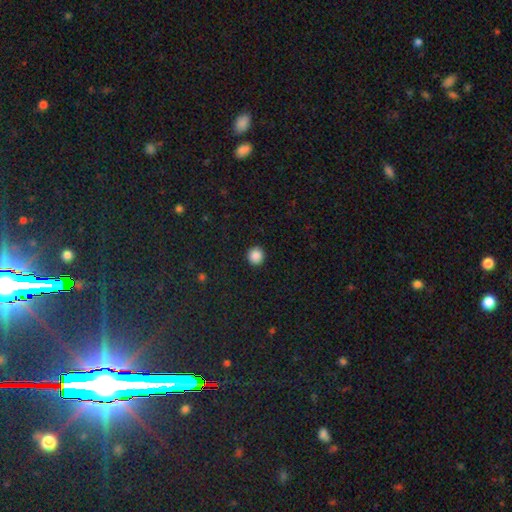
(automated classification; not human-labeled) The model was most divided on "smooth or featured": smooth: 87%, star or artifact: 10%, featured or disk: 3%. More confident: how rounded — round (94%); merging — none (93%).